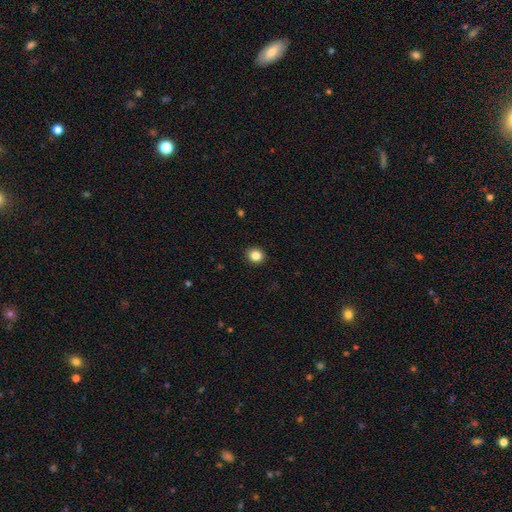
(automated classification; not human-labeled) This is clearly a smooth galaxy (85%). How rounded: clearly round (86%). Merging: clearly none (92%).